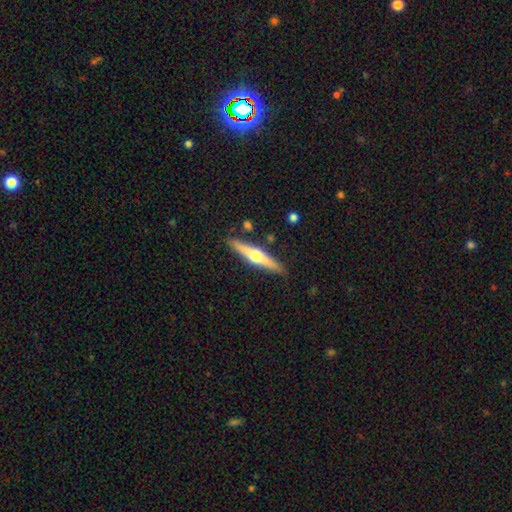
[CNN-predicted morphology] This is likely a featured or disk galaxy (63%). It is clearly viewed edge-on (96%). Edge-on bulge: clearly rounded (93%). Merging: clearly none (87%).